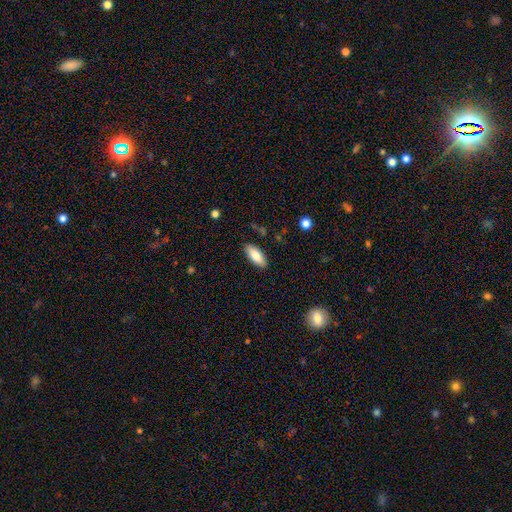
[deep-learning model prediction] Smooth or featured: smooth — 83% (featured or disk — 11%)
How rounded: in between — 81% (cigar-shaped — 18%)
Merging: none — 87% (minor disturbance — 9%)